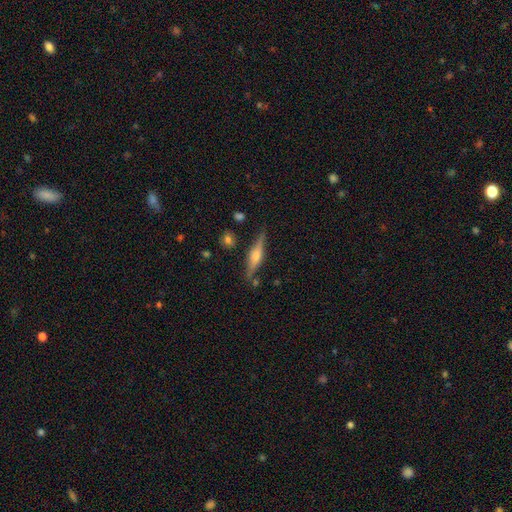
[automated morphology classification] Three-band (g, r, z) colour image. It shows a featured or disk galaxy (72%) viewed edge-on (97%) with a rounded central bulge (83%). Merging: none (83%).